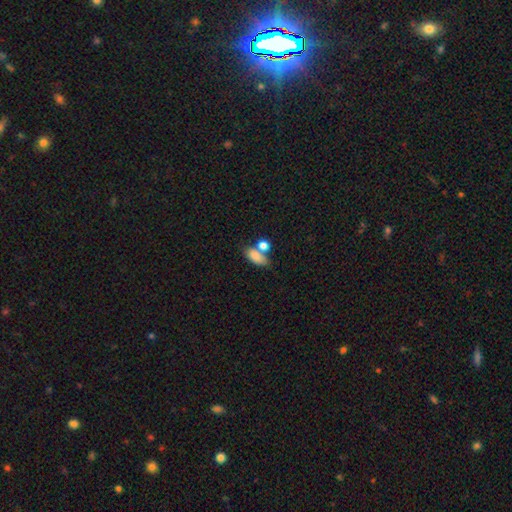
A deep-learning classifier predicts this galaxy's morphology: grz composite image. It shows a smooth galaxy with no disk features (81%) that is in between round and cigar-shaped (84%). Merging: none (43%).